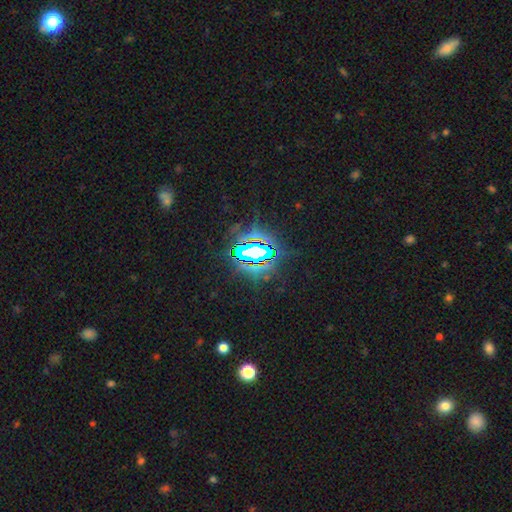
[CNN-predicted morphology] The model was most divided on "smooth or featured": star or artifact: 76%, smooth: 12%, featured or disk: 12%.